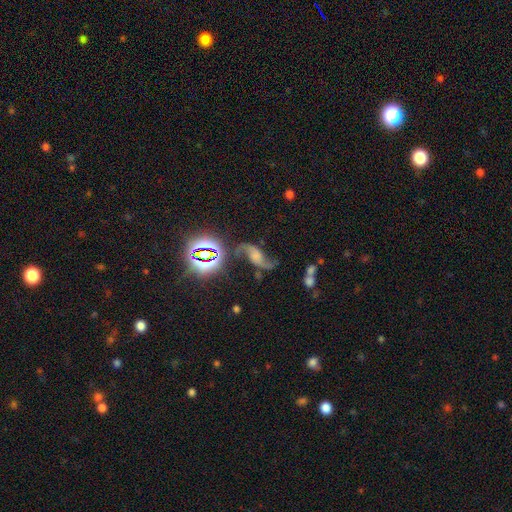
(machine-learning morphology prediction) featured or disk 76%, star or artifact 14%, smooth 10%. Down the decision tree: edge-on disk — no (95%); bar — no (59%); spiral arms — yes (94%); spiral arm count — 2 (93%); spiral winding — loose (91%); bulge size — none (47%); merging — none (63%).